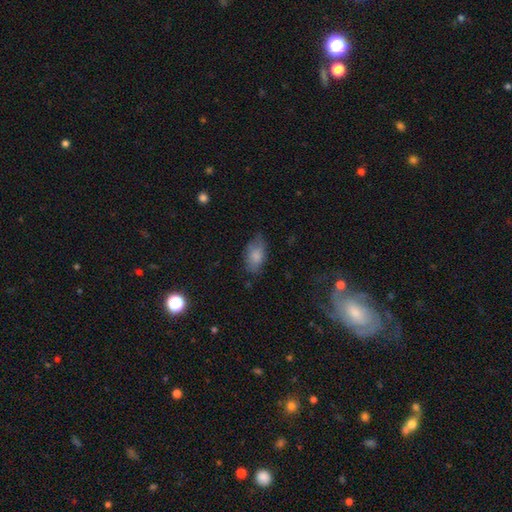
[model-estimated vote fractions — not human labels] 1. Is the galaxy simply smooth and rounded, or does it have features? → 80% smooth, 13% featured or disk, 7% star or artifact.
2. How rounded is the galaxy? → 92% in between, 5% round, 3% cigar-shaped.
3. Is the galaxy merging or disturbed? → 63% none, 27% minor disturbance, 8% major disturbance, 2% merger.